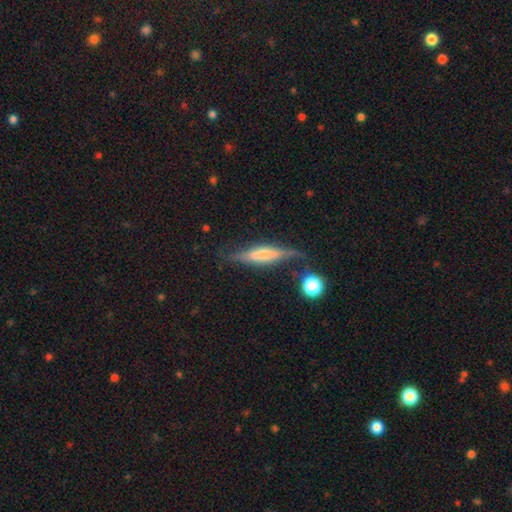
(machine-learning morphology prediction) Smooth or featured? featured or disk (60%)
Edge-on disk? yes (91%)
Edge-on bulge? rounded (41%)
Merging? none (68%)